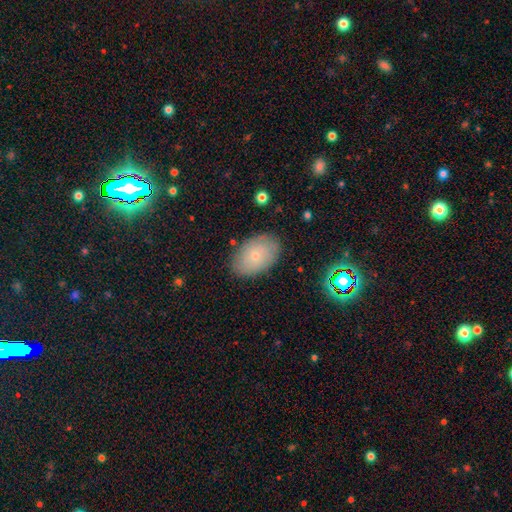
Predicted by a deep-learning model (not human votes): This appears to be a smooth galaxy with no disk features (67%) that is in between round and cigar-shaped (88%). Merging: none (83%).